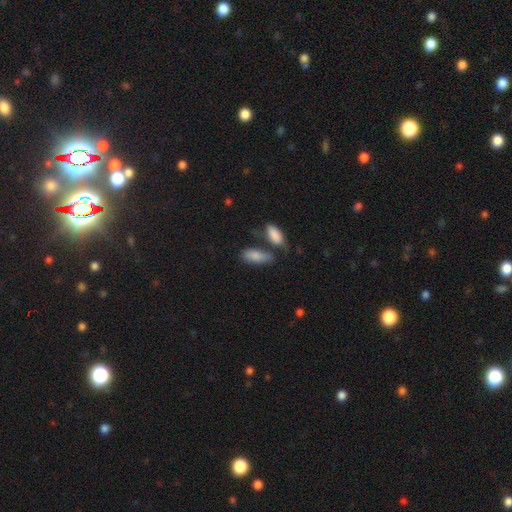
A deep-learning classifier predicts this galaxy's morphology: Smooth or featured? Predicted: smooth (p=0.80). How rounded? Predicted: in between (p=0.81). Merging? Predicted: none (p=0.43).